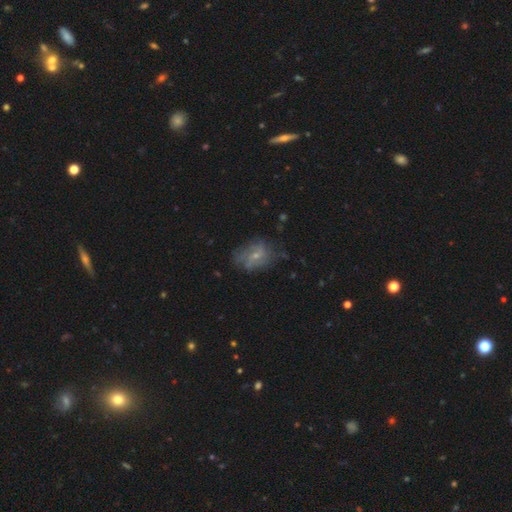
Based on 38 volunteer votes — Smooth or featured: featured or disk — 74% (smooth — 24%)
Edge-on disk: no — 89% (yes — 11%)
Bar: no — 64% (weak — 36%)
Spiral arms: yes — 84% (no — 16%)
Spiral winding: tight — 38% (medium — 33%)
Spiral arm count: can't tell — 67% (2 — 19%)
Bulge size: small — 68% (moderate — 32%)
Merging: none — 57% (minor disturbance — 30%)